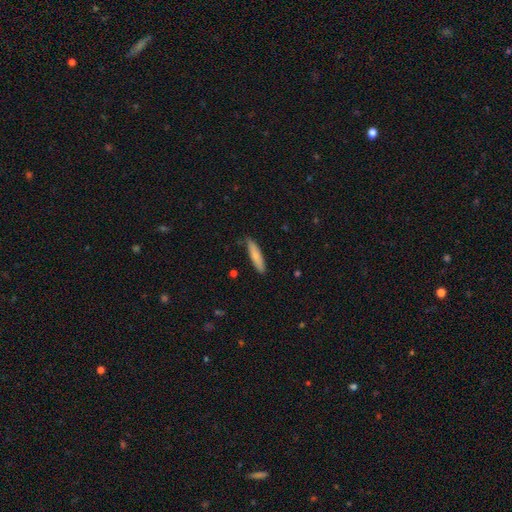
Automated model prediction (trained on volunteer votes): Q: Smooth or featured?
A: smooth (78%); runner-up: featured or disk (16%)
Q: How rounded?
A: cigar-shaped (79%); runner-up: in between (19%)
Q: Merging?
A: none (81%); runner-up: minor disturbance (15%)